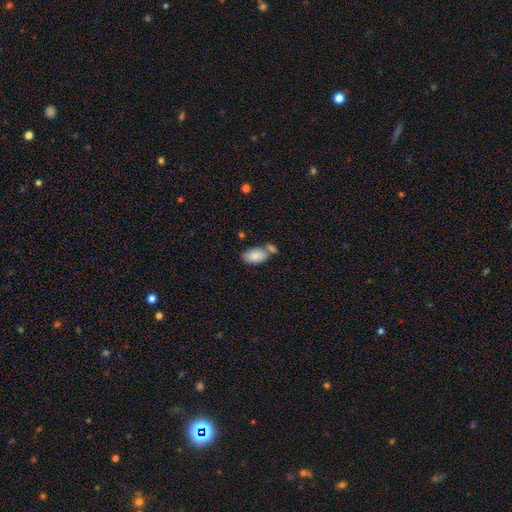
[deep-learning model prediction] Q: Smooth or featured?
A: smooth (85%); runner-up: featured or disk (9%)
Q: How rounded?
A: in between (94%); runner-up: round (4%)
Q: Merging?
A: none (46%); runner-up: merger (35%)